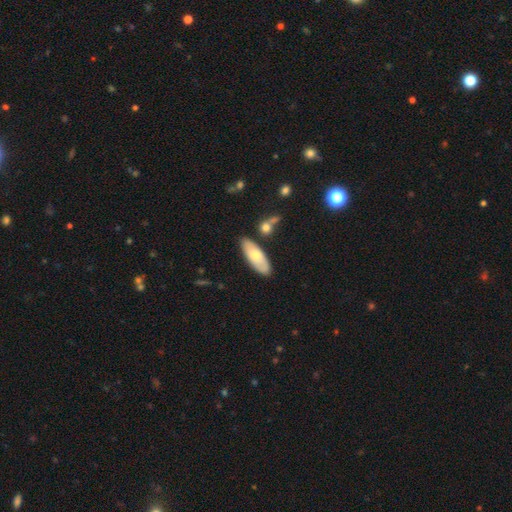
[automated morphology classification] The model was most divided on "smooth or featured": smooth: 65%, featured or disk: 29%, star or artifact: 5%. More confident: merging — none (80%); how rounded — in between (70%).